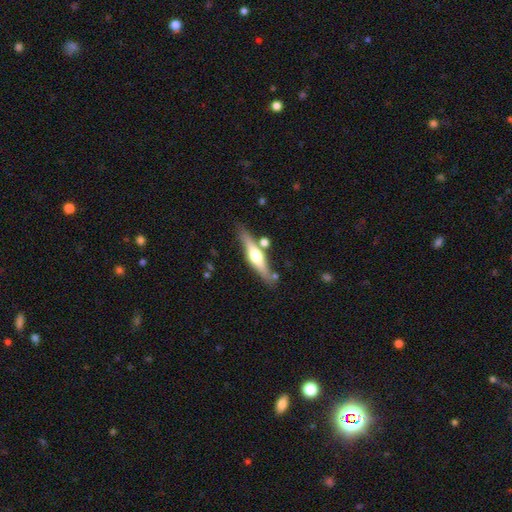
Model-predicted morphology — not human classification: Overall: featured or disk (62%; smooth 32%). Edge-on disk: yes (94%). Edge-on bulge: rounded (93%). Merging: none (76%).